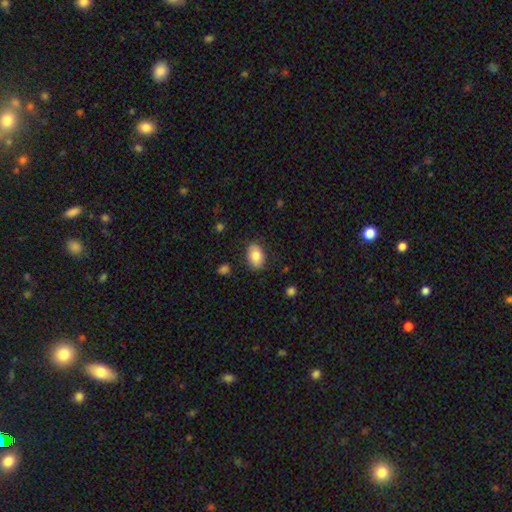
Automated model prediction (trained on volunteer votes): Smooth or featured?
  - smooth: 82% *
  - featured or disk: 11%
  - star or artifact: 7%
How rounded?
  - in between: 84% *
  - round: 15%
  - cigar-shaped: 1%
Merging?
  - none: 84% *
  - minor disturbance: 12%
  - major disturbance: 3%
  - merger: 1%